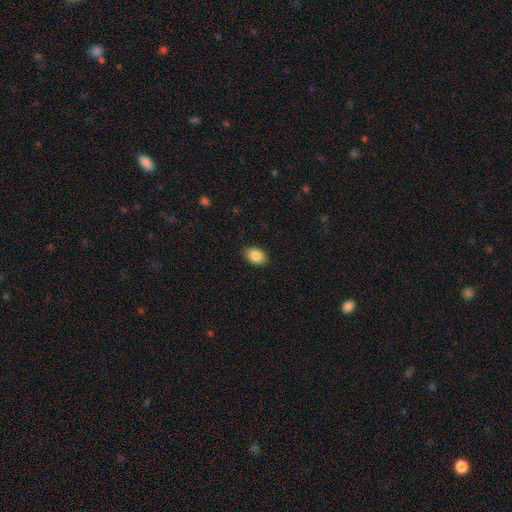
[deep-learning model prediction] A smooth galaxy with no disk features (86%) that is in between round and cigar-shaped (84%).

Vote fractions:
- Smooth or featured? smooth: 86% / star or artifact: 8% / featured or disk: 6%
- How rounded? in between: 84% / round: 15% / cigar-shaped: 1%
- Merging? none: 87% / minor disturbance: 10% / major disturbance: 2% / merger: 1%